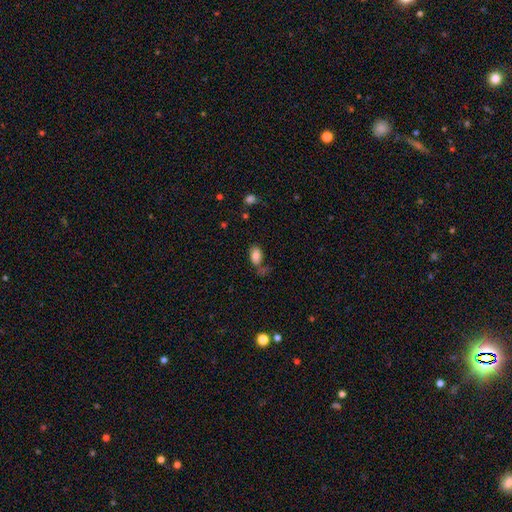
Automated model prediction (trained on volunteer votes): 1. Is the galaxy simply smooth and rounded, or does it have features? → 82% smooth, 10% star or artifact, 8% featured or disk.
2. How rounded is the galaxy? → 90% in between, 8% round, 2% cigar-shaped.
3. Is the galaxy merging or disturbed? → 54% none, 20% minor disturbance, 14% merger, 12% major disturbance.